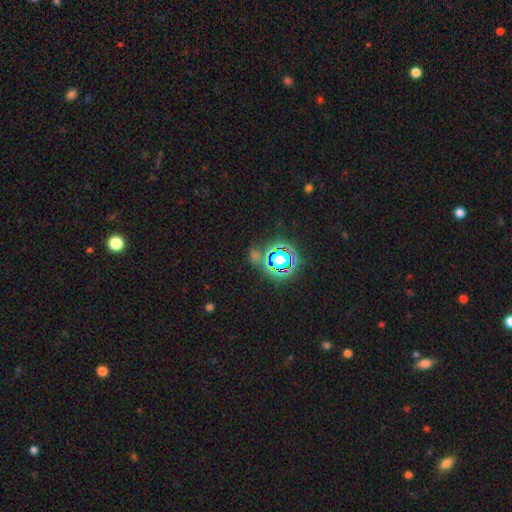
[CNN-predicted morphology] Q: Smooth or featured?
A: star or artifact (66%); runner-up: smooth (25%)